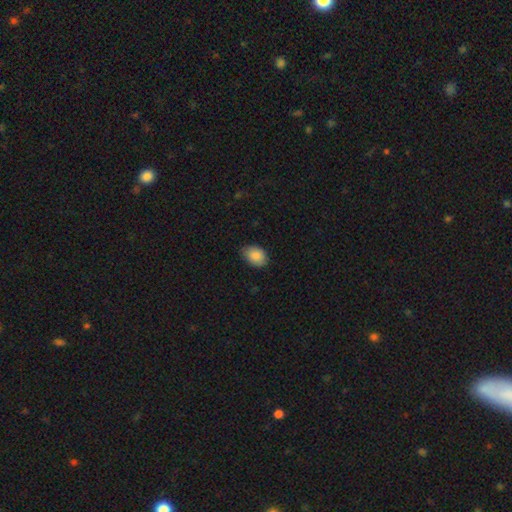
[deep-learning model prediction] smooth_or_featured: smooth (p=0.88) [alt: star or artifact p=0.07]
how_rounded: in between (p=0.78) [alt: round p=0.21]
merging: none (p=0.77) [alt: minor disturbance p=0.19]